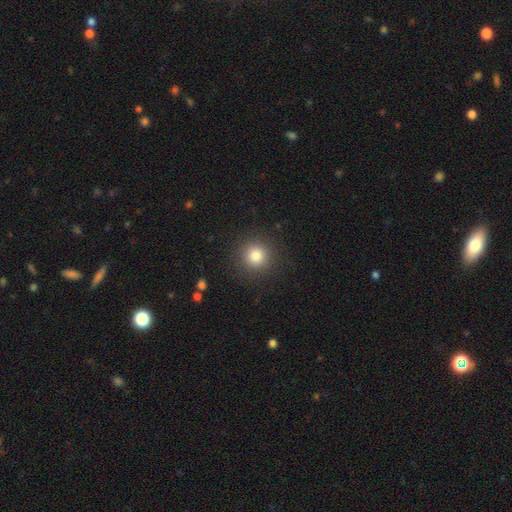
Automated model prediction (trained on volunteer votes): Overall: smooth (82%). How rounded: round (94%). Merging: none (90%).